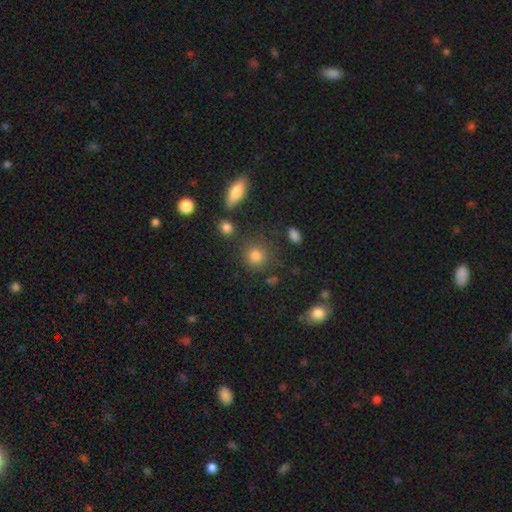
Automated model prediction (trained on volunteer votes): Smooth or featured: smooth — 80% (star or artifact — 13%)
How rounded: round — 86% (in between — 13%)
Merging: none — 76% (minor disturbance — 12%)